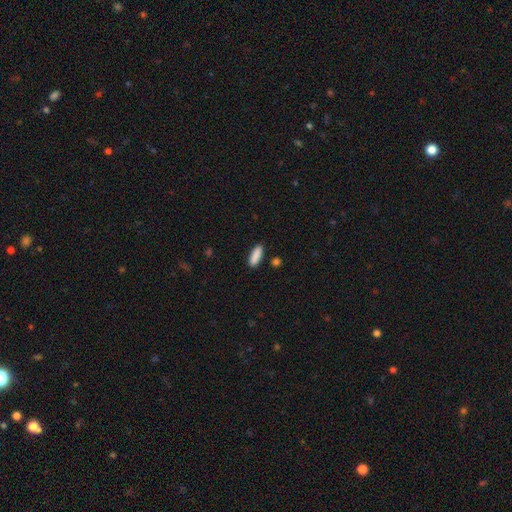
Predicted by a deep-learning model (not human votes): This appears to be a smooth galaxy with no disk features (89%) that is in between round and cigar-shaped (52%). Merging: none (87%).